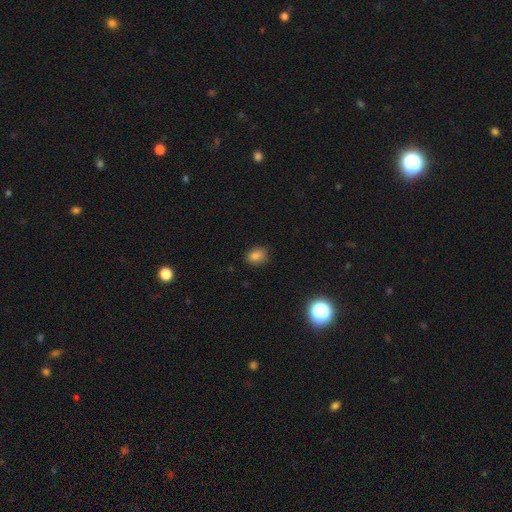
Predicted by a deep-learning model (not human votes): This is clearly a smooth galaxy (82%). How rounded: possibly in between (58%). Merging: clearly none (82%).